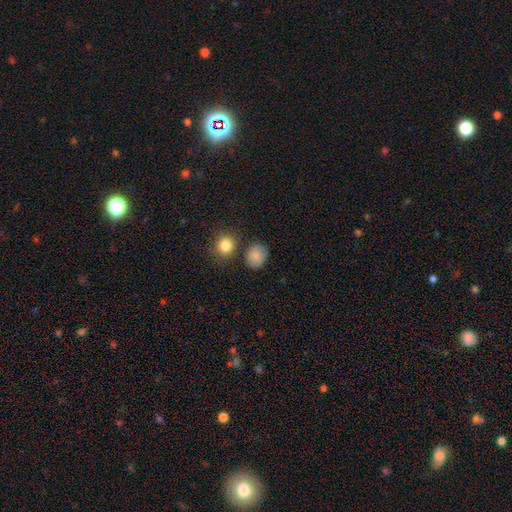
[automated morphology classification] smooth 86%, star or artifact 9%, featured or disk 5%. Down the decision tree: how rounded — round (66%); merging — none (77%).